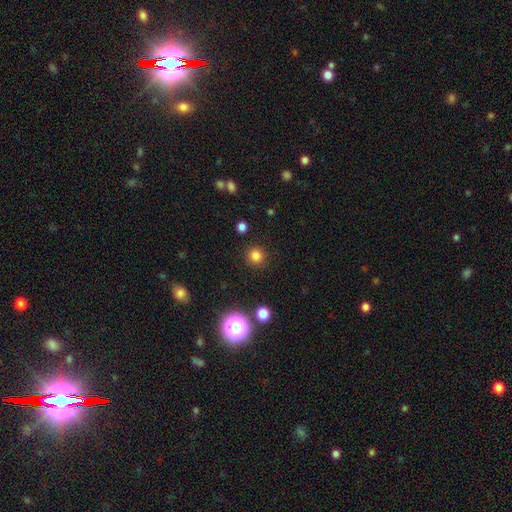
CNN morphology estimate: Q: Smooth or featured?
A: smooth (80%); runner-up: star or artifact (15%)
Q: How rounded?
A: round (93%); runner-up: in between (6%)
Q: Merging?
A: none (90%); runner-up: minor disturbance (6%)